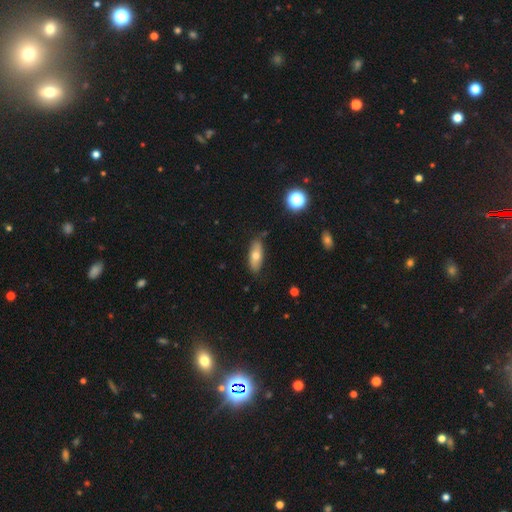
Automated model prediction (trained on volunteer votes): smooth 66%, featured or disk 26%, star or artifact 8%. Down the decision tree: how rounded — in between (73%); merging — none (81%).